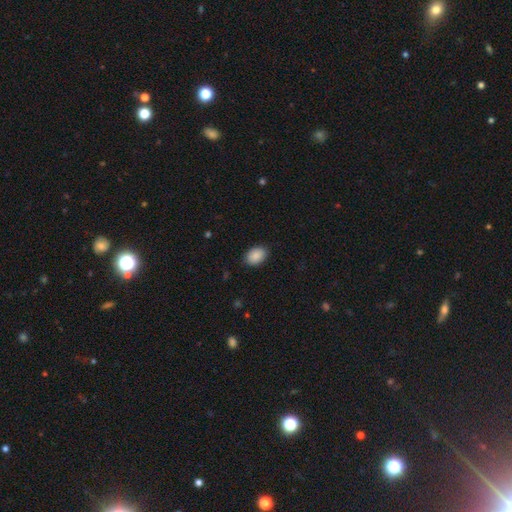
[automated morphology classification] The model was most divided on "how rounded": in between: 84%, round: 15%, cigar-shaped: 1%. More confident: smooth or featured — smooth (90%); merging — none (88%).